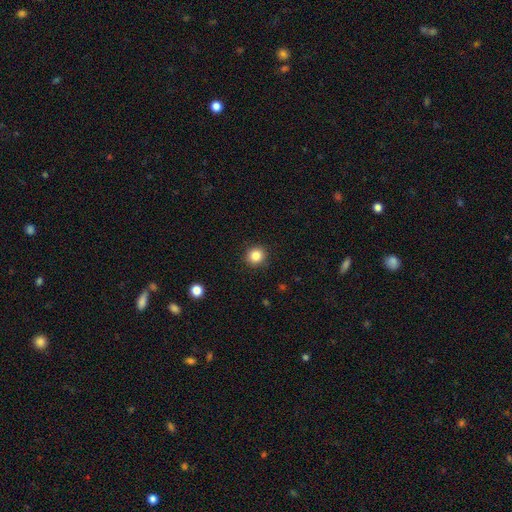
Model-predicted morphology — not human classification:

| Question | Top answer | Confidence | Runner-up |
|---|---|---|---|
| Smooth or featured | smooth | 85% | star or artifact (11%) |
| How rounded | round | 92% | in between (7%) |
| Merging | none | 91% | minor disturbance (6%) |